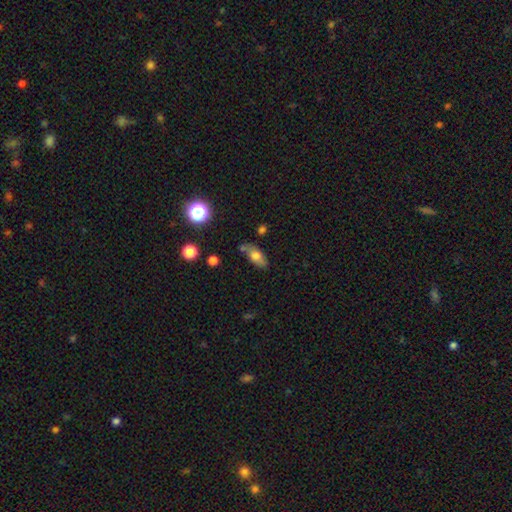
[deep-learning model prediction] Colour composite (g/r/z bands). It shows a smooth galaxy with no disk features (68%) that is in between round and cigar-shaped (81%). Merging: none (62%).